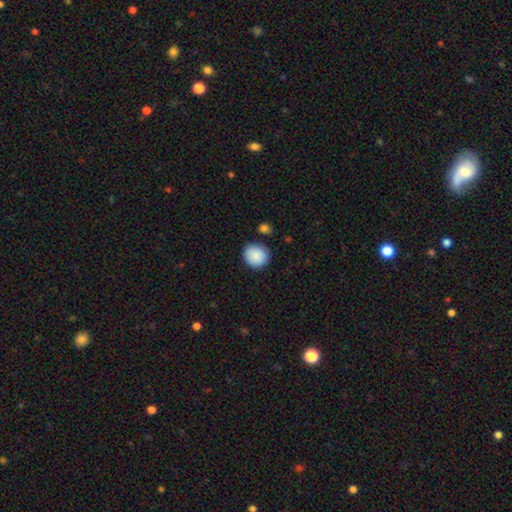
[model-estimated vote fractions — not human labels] smooth 89%, star or artifact 7%, featured or disk 4%. Down the decision tree: how rounded — round (86%); merging — none (84%).